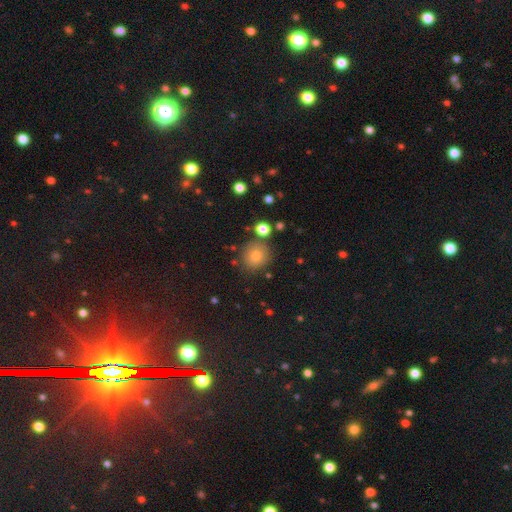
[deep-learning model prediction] Smooth or featured? Predicted: smooth (p=0.74). How rounded? Predicted: round (p=0.87). Merging? Predicted: none (p=0.82).